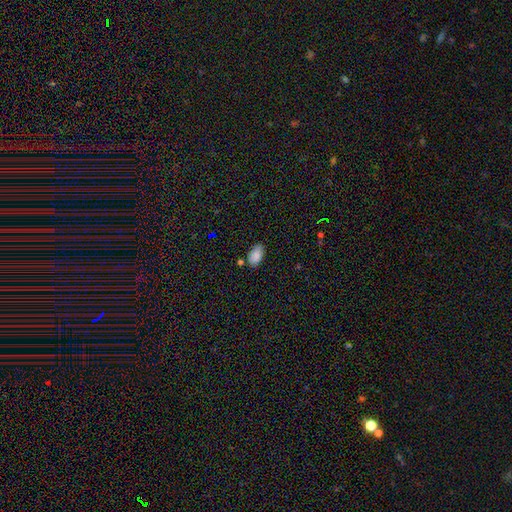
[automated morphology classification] Overall: smooth (85%). How rounded: in between (94%). Merging: none (77%).